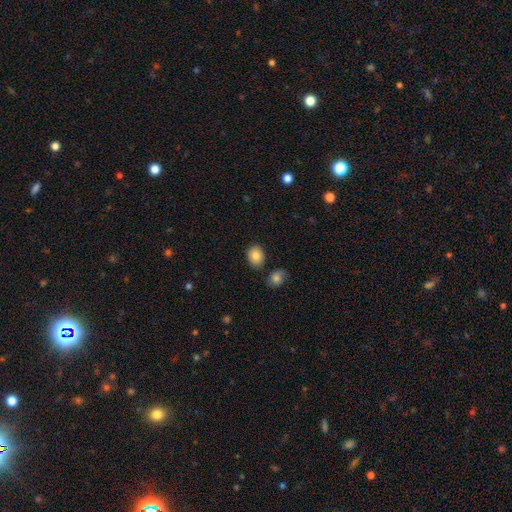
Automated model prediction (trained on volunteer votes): A smooth galaxy with no disk features (83%) that is in between round and cigar-shaped (51%).

Vote fractions:
- Smooth or featured? smooth: 83% / featured or disk: 9% / star or artifact: 8%
- How rounded? in between: 51% / round: 48% / cigar-shaped: 1%
- Merging? none: 82% / minor disturbance: 10% / merger: 6% / major disturbance: 2%